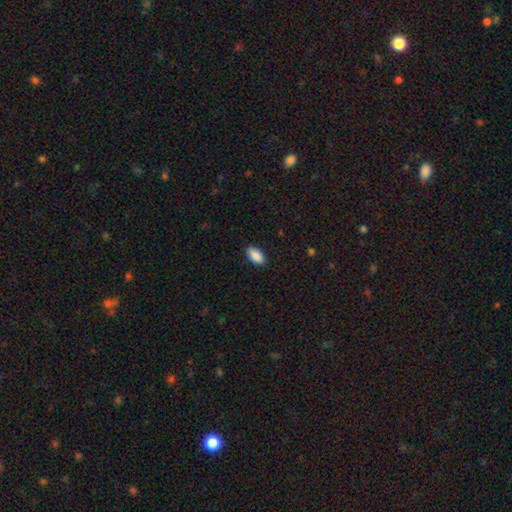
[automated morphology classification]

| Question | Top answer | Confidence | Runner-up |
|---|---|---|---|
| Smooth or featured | smooth | 90% | star or artifact (7%) |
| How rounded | in between | 94% | round (3%) |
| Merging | none | 88% | minor disturbance (9%) |